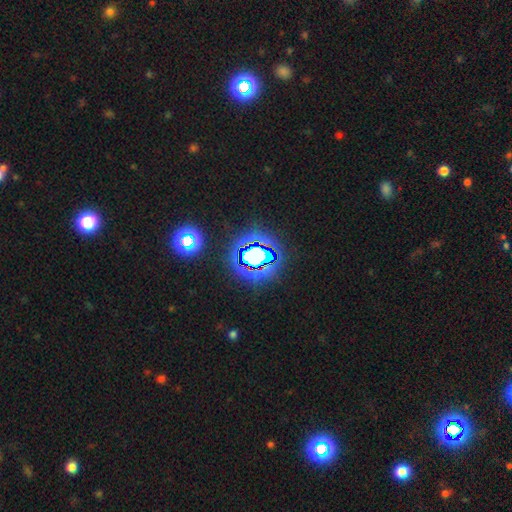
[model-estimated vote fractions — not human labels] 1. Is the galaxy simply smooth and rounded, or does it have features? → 66% star or artifact, 20% smooth, 14% featured or disk.